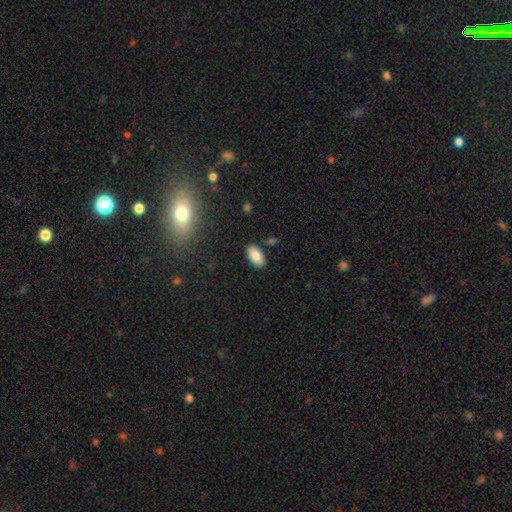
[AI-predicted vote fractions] Smooth or featured? smooth (86%)
How rounded? in between (94%)
Merging? none (85%)